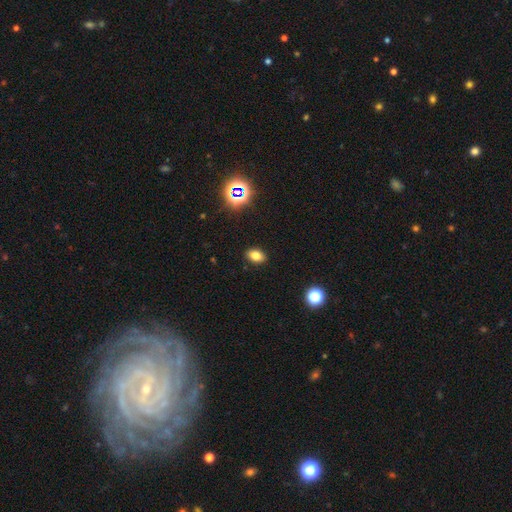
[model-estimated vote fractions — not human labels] Overall: smooth (77%). How rounded: in between (81%). Merging: none (89%).